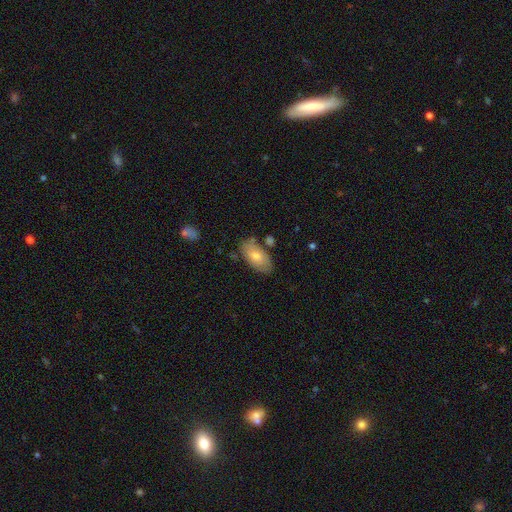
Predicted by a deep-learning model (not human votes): smooth 71%, featured or disk 22%, star or artifact 7%. Down the decision tree: how rounded — in between (93%); merging — none (75%).